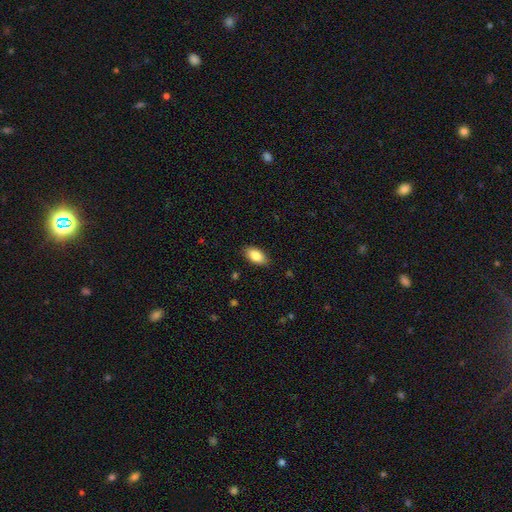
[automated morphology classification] This appears to be a smooth galaxy with no disk features (86%) that is in between round and cigar-shaped (93%). Merging: none (88%).